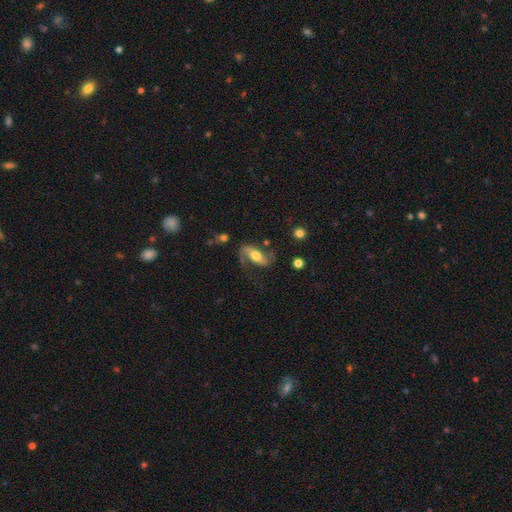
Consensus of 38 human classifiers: Smooth or featured? 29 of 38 (76%) said featured or disk. Edge-on disk? 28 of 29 (97%) said no. Bar? 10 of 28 (36%, tied with no) said weak. Spiral arms? 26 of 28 (93%) said yes. Spiral winding? 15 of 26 (58%) said loose. Spiral arm count? 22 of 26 (85%) said 2. Bulge size? 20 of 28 (71%) said moderate. Merging? 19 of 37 (51%) said none.